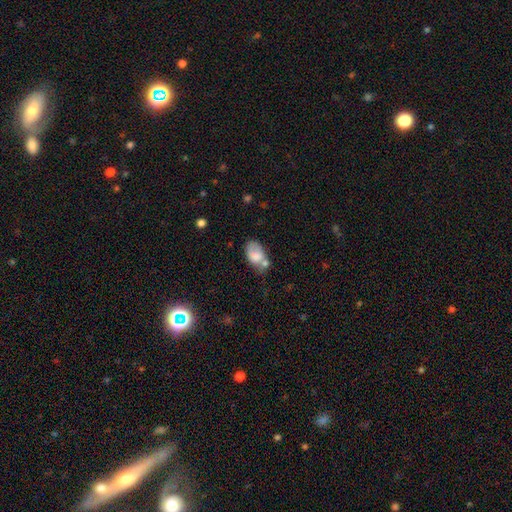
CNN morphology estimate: smooth_or_featured: smooth (p=0.72) [alt: featured or disk p=0.19]
how_rounded: in between (p=0.89) [alt: round p=0.10]
merging: none (p=0.34) [alt: merger p=0.28]